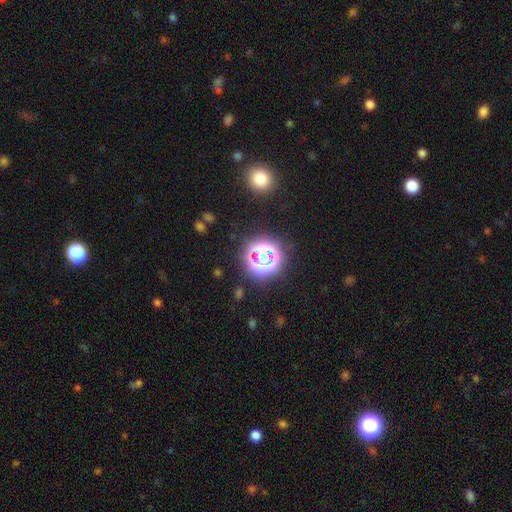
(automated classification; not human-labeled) Smooth or featured? Predicted: star or artifact (p=0.65).